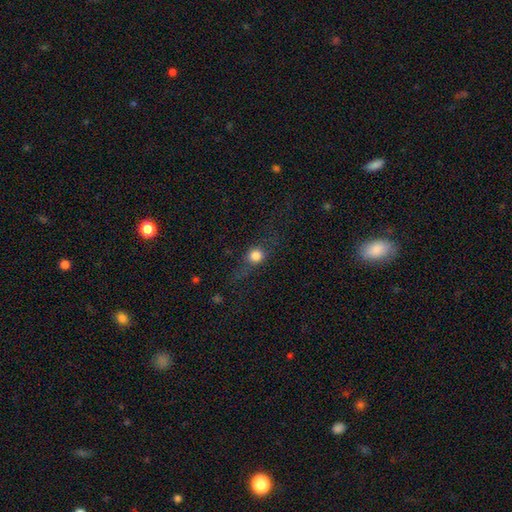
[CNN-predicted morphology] Smooth or featured? smooth (73%)
How rounded? round (82%)
Merging? none (62%)